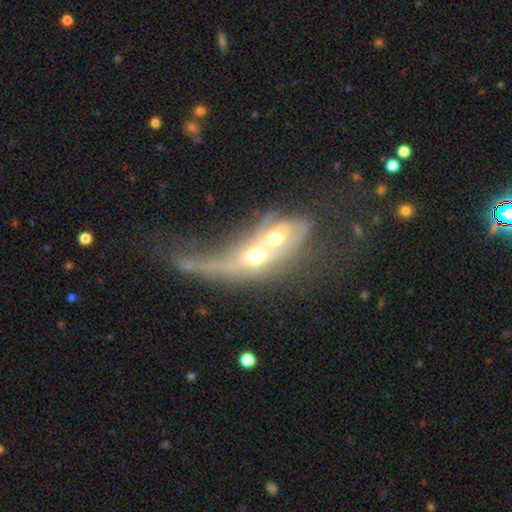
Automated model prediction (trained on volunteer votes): Q: Smooth or featured?
A: featured or disk (50%); runner-up: smooth (36%)
Q: Edge-on disk?
A: no (65%); runner-up: yes (35%)
Q: Merging?
A: merger (72%); runner-up: none (11%)